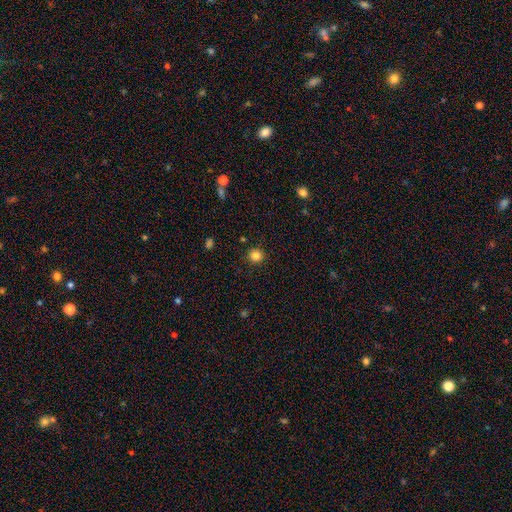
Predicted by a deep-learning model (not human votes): smooth 84%, star or artifact 12%, featured or disk 4%. Down the decision tree: how rounded — round (94%); merging — none (91%).